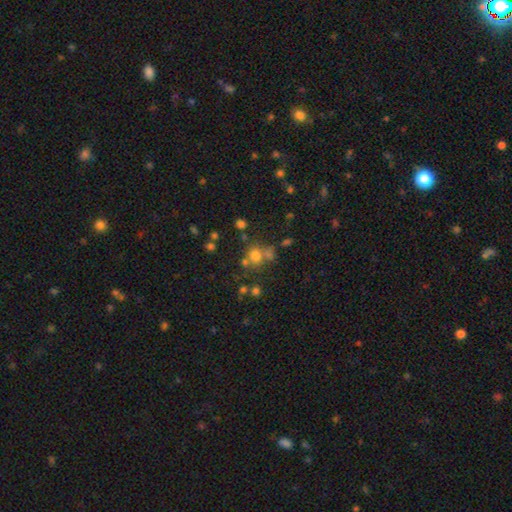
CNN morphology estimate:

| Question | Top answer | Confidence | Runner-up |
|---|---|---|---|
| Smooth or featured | smooth | 67% | star or artifact (21%) |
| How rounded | round | 82% | in between (17%) |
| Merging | none | 57% | merger (25%) |